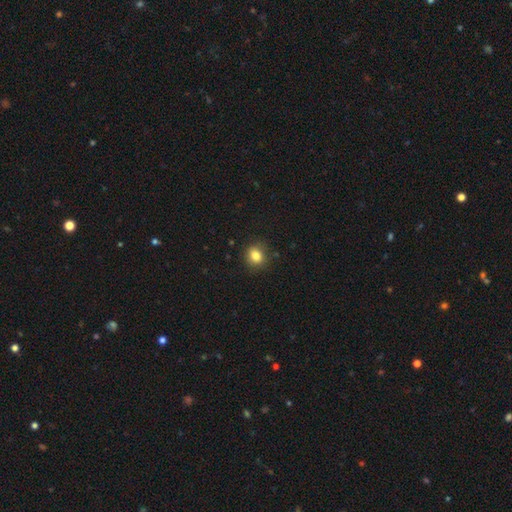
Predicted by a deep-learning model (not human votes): Q: Smooth or featured?
A: smooth (84%); runner-up: star or artifact (11%)
Q: How rounded?
A: round (60%); runner-up: in between (39%)
Q: Merging?
A: none (85%); runner-up: minor disturbance (11%)